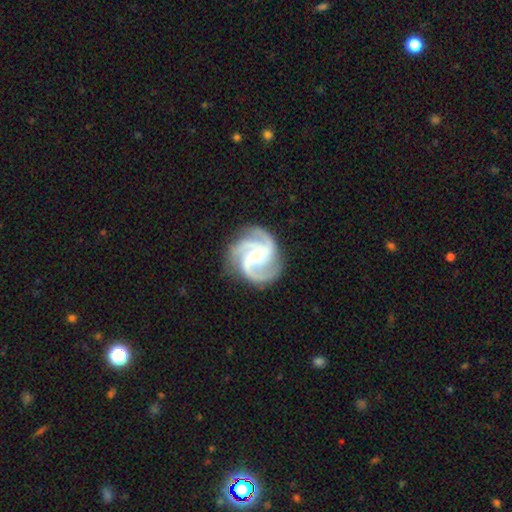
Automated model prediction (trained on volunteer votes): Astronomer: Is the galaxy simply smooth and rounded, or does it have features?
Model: featured or disk — 93%.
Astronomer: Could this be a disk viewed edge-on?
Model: no — 98%.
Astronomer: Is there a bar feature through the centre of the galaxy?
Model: no — 50% (runner-up: weak, 36%).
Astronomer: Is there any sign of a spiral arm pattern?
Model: yes — 99%.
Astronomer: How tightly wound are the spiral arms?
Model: medium — 54% (runner-up: tight, 38%).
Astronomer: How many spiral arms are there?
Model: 3 — 74%.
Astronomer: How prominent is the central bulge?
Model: small — 55% (runner-up: moderate, 42%).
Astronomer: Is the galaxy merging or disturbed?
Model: none — 82%.